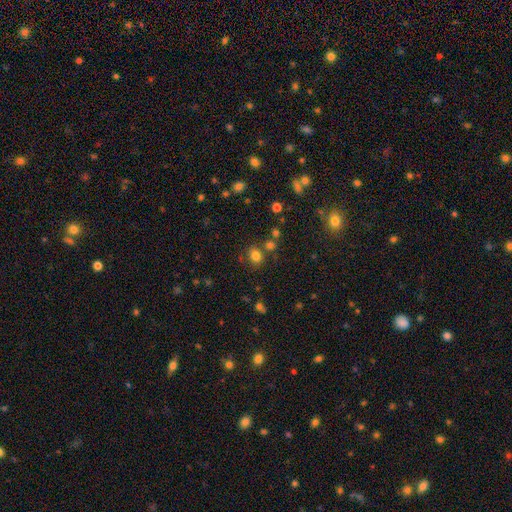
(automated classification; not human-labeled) Morphology: type=smooth (78%); roundness=round (59%); merging=none (72%).